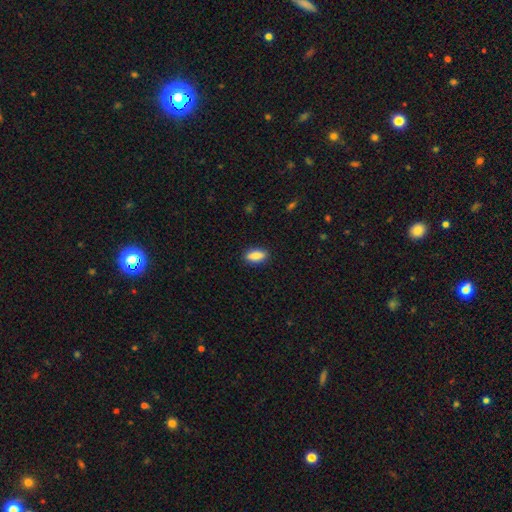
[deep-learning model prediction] Smooth or featured? Predicted: smooth (p=0.87). How rounded? Predicted: in between (p=0.78). Merging? Predicted: none (p=0.88).